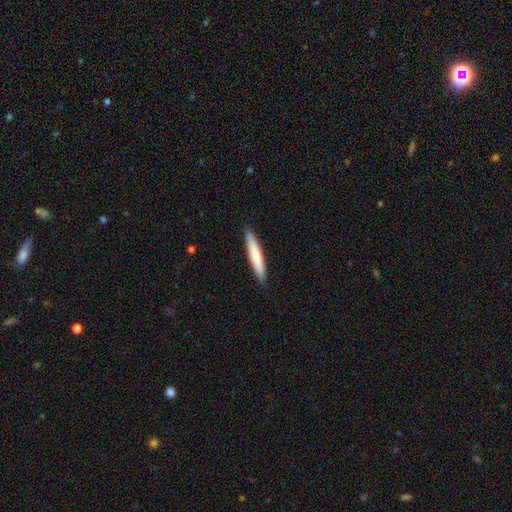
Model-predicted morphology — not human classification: smooth-or-featured: smooth: 71% | featured or disk: 24% | star or artifact: 5%
  how-rounded: cigar-shaped: 93% | in between: 6% | round: 1%
  merging: none: 90% | minor disturbance: 7% | major disturbance: 1% | merger: 1%